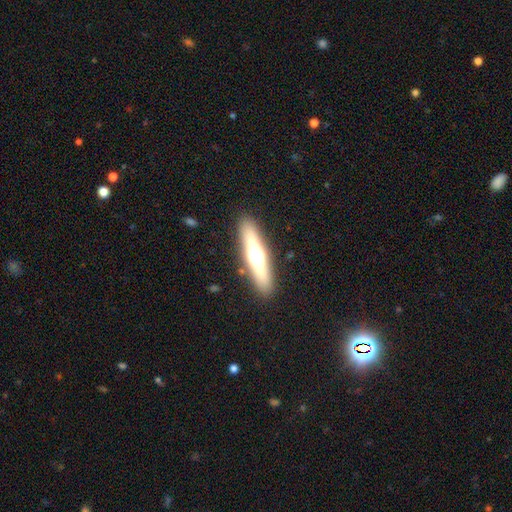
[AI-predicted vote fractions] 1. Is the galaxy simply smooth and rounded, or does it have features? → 48% featured or disk, 44% smooth, 8% star or artifact.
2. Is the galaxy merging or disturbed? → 88% none, 8% minor disturbance, 3% major disturbance, 1% merger.